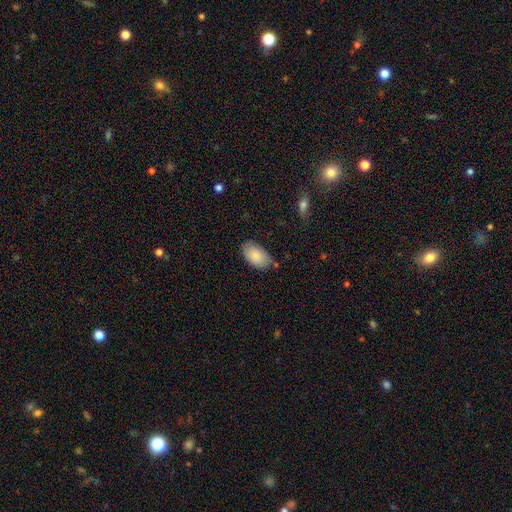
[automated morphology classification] type=smooth (86%); roundness=in between (95%); merging=none (73%).